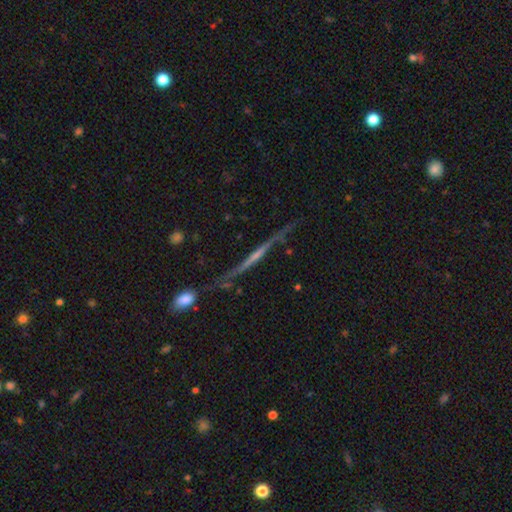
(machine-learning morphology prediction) smooth-or-featured: featured or disk: 76% | smooth: 14% | star or artifact: 10%
  disk-edge-on: yes: 89% | no: 11%
    edge-on-bulge: none: 49% | rounded: 38% | boxy: 13%
  merging: none: 64% | minor disturbance: 19% | major disturbance: 9% | merger: 7%